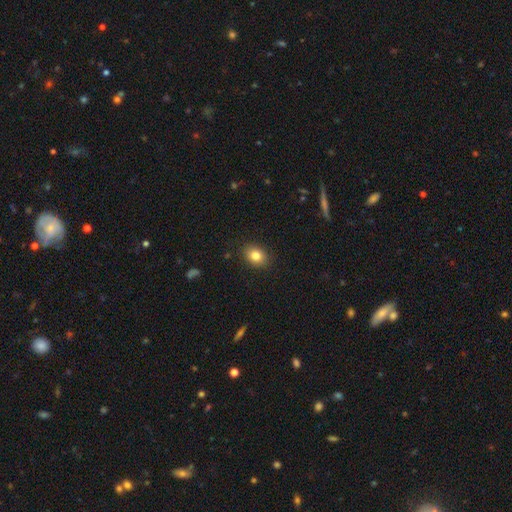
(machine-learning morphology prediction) type=smooth (83%); roundness=in between (59%); merging=none (89%).